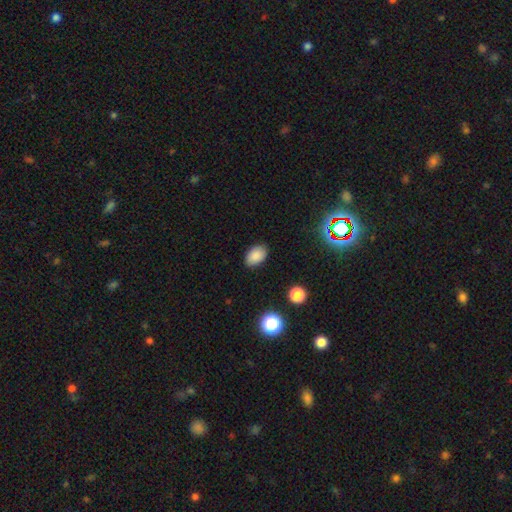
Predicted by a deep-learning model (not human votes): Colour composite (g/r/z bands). It shows a smooth galaxy with no disk features (85%) that is in between round and cigar-shaped (86%). Merging: none (86%).